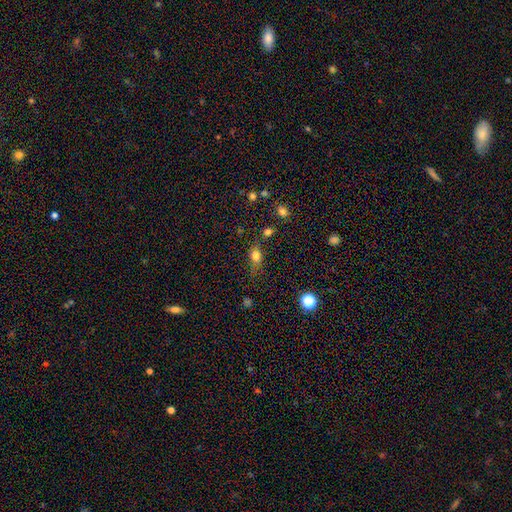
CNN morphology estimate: Smooth or featured? Predicted: smooth (p=0.74). How rounded? Predicted: in between (p=0.64). Merging? Predicted: none (p=0.60).